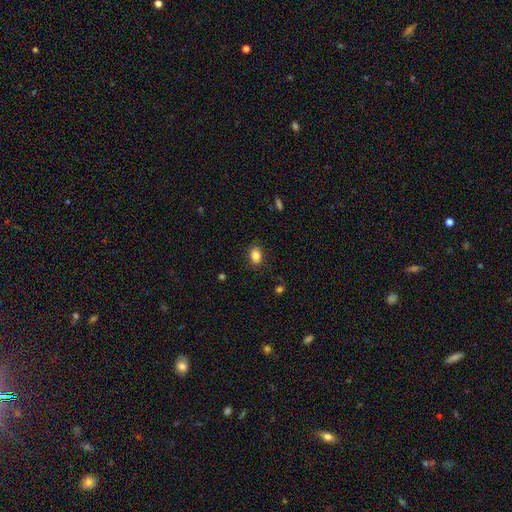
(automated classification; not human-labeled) Smooth or featured: smooth — 85% (star or artifact — 9%)
How rounded: in between — 80% (round — 18%)
Merging: none — 85% (minor disturbance — 11%)